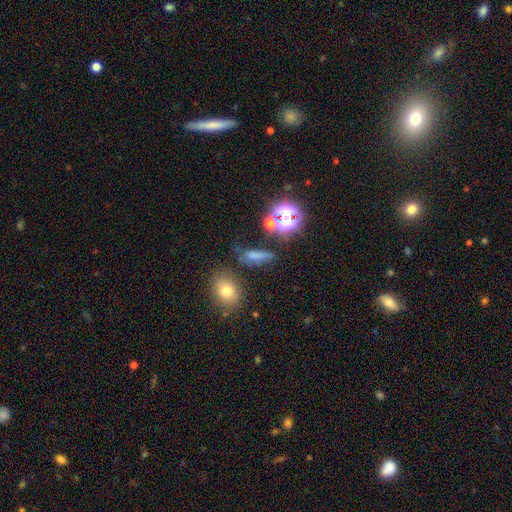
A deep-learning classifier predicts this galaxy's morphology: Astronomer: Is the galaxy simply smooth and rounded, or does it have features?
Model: smooth — 62%.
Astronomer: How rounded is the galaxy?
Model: cigar-shaped — 49% (runner-up: in between, 38%).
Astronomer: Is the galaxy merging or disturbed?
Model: none — 60%.